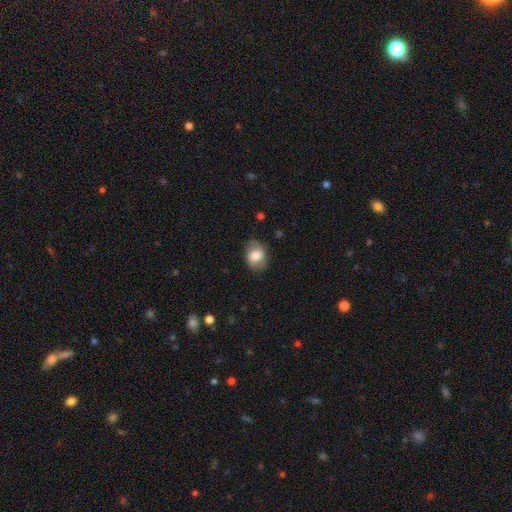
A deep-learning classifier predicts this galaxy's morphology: This is likely a smooth galaxy (71%). How rounded: likely in between (69%). Merging: likely none (77%).